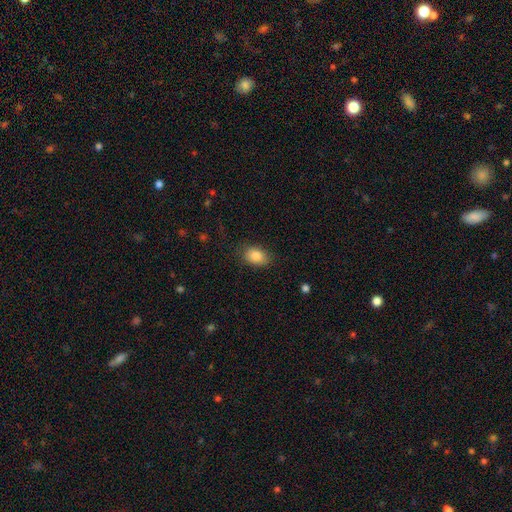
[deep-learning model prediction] Smooth or featured? smooth (86%)
How rounded? in between (79%)
Merging? none (81%)